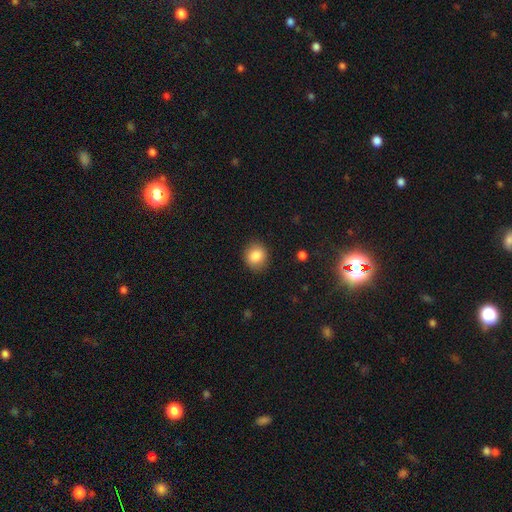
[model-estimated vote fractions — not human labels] This is clearly a smooth galaxy (86%). How rounded: likely round (74%). Merging: clearly none (87%).